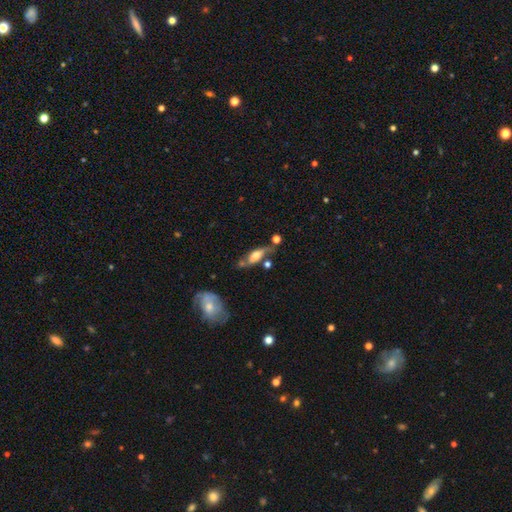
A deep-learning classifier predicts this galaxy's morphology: Q: Smooth or featured?
A: featured or disk (51%); runner-up: smooth (41%)
Q: Edge-on disk?
A: yes (51%); runner-up: no (49%)
Q: Merging?
A: none (48%); runner-up: minor disturbance (24%)